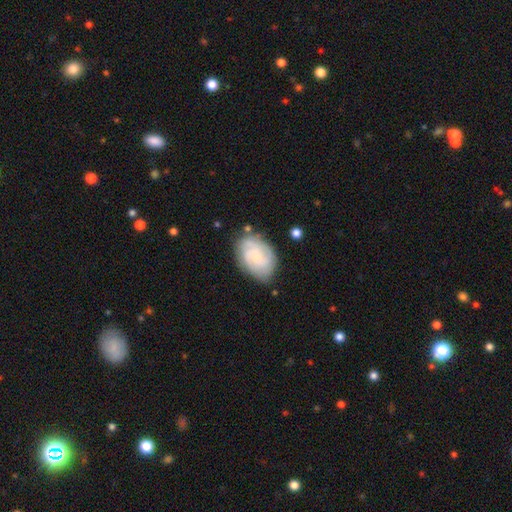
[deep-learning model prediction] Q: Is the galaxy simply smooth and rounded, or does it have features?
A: featured or disk — 53%.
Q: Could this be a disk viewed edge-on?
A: no — 97%.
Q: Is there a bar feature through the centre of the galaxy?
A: no — 62%.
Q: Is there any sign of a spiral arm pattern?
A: yes — 88%.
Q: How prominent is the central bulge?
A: small — 43%.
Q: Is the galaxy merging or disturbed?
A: none — 72%.